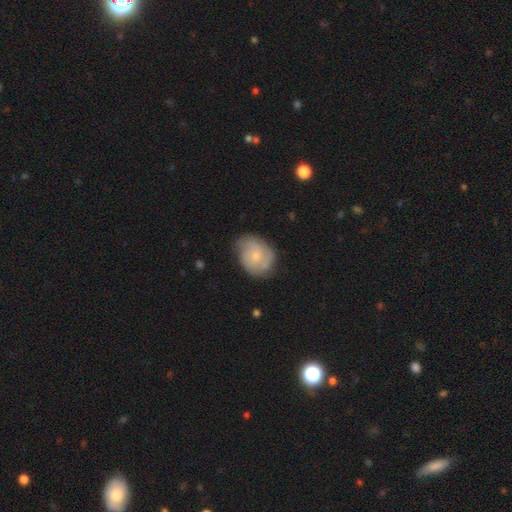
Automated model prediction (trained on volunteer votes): A smooth galaxy with no disk features (50%) that is in between round and cigar-shaped (54%).

Vote fractions:
- Smooth or featured? smooth: 50% / featured or disk: 43% / star or artifact: 7%
- How rounded? in between: 54% / round: 44% / cigar-shaped: 1%
- Merging? none: 61% / minor disturbance: 29% / major disturbance: 8% / merger: 3%